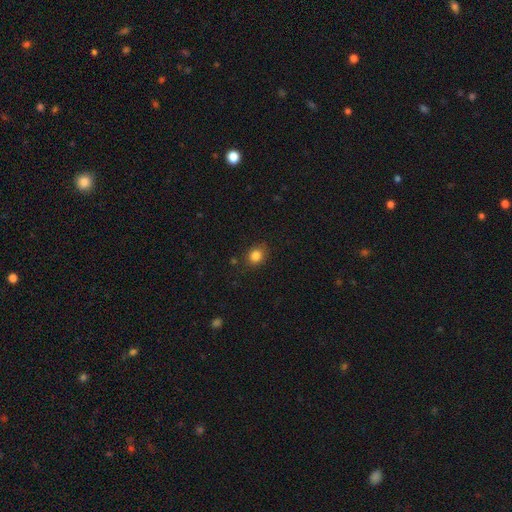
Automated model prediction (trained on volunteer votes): A smooth galaxy with no disk features (84%) that is round (62%).

Vote fractions:
- Smooth or featured? smooth: 84% / star or artifact: 11% / featured or disk: 5%
- How rounded? round: 62% / in between: 37% / cigar-shaped: 1%
- Merging? none: 80% / minor disturbance: 15% / major disturbance: 3% / merger: 2%